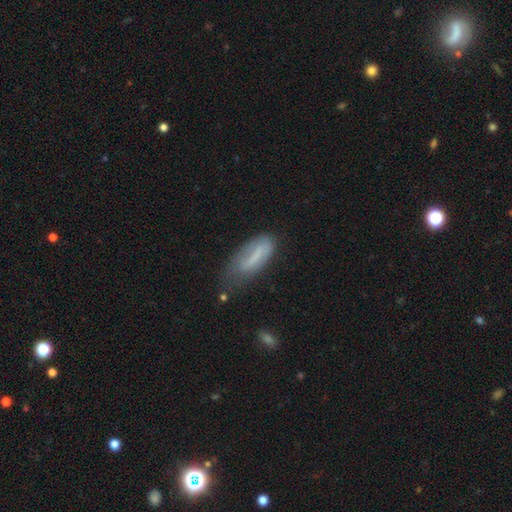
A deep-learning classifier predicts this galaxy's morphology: Smooth or featured? smooth (58%)
How rounded? in between (58%)
Merging? none (42%)